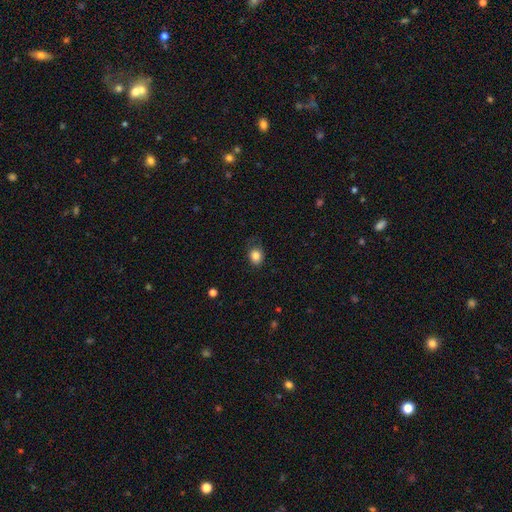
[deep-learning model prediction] A smooth galaxy with no disk features (84%) that is round (59%).

Vote fractions:
- Smooth or featured? smooth: 84% / star or artifact: 10% / featured or disk: 6%
- How rounded? round: 59% / in between: 40% / cigar-shaped: 1%
- Merging? none: 74% / minor disturbance: 20% / major disturbance: 5% / merger: 1%